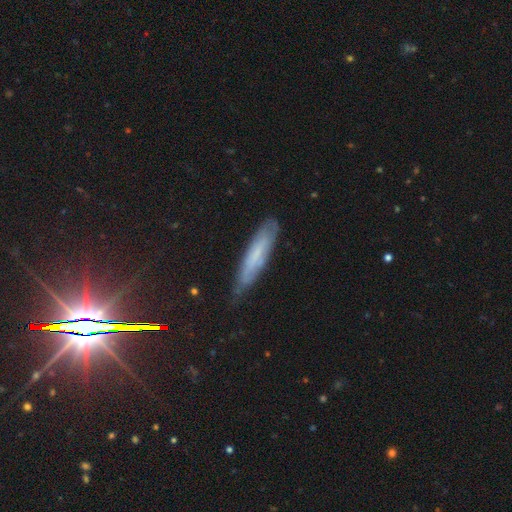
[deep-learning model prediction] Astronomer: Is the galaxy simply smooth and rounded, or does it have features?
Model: smooth — 50% (runner-up: featured or disk, 41%).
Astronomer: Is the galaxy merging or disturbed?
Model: none — 72%.